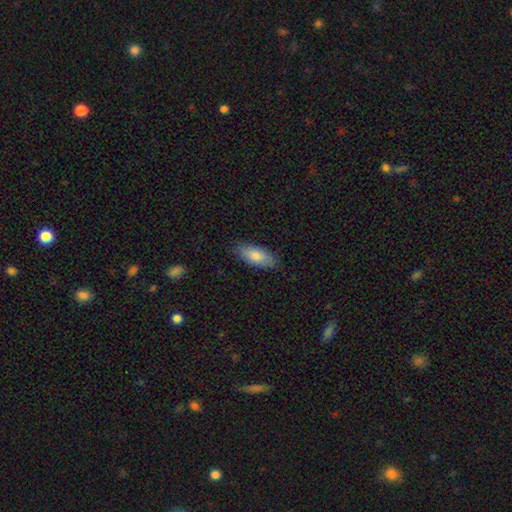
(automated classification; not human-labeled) This appears to be a smooth galaxy with no disk features (81%) that is in between round and cigar-shaped (84%). Merging: none (85%).